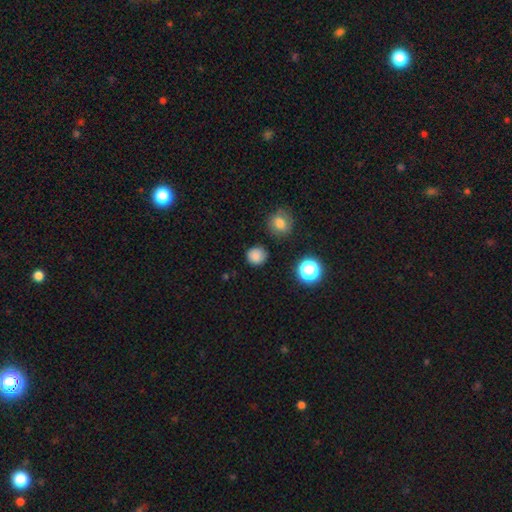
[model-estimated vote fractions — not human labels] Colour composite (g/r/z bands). It shows a smooth galaxy with no disk features (82%) that is round (89%). Merging: none (84%).